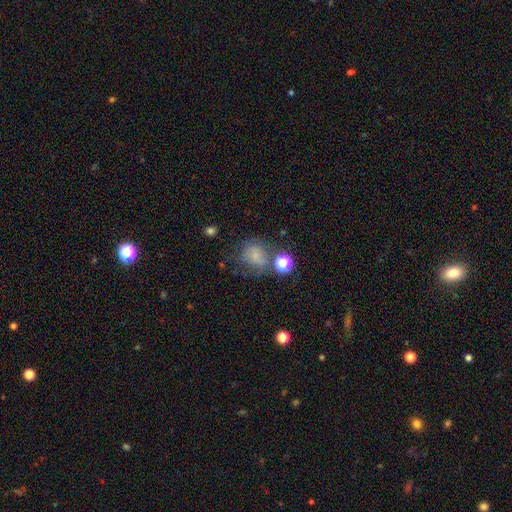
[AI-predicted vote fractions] A smooth galaxy with no disk features (68%) that is round (73%). Merging: none (51%).